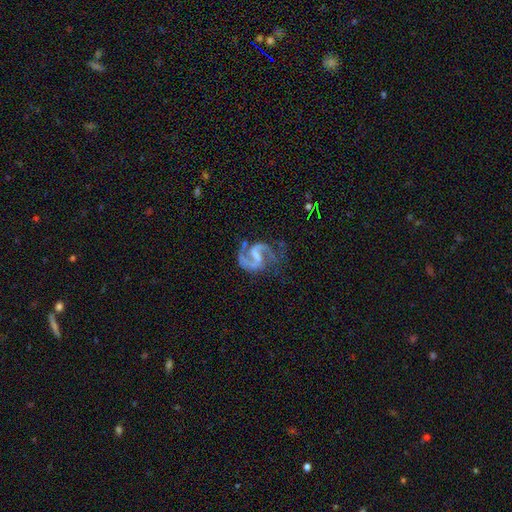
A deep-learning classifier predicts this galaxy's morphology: A featured or disk galaxy (92%) with a weak bar (48%), 2 (93%) medium (60%) spiral arms (98%) and no central bulge (55%).

Vote fractions:
- Smooth or featured? featured or disk: 92% / star or artifact: 4% / smooth: 3%
- Edge-on disk? no: 99% / yes: 1%
- Bar? weak: 48% / strong: 34% / no: 18%
- Spiral arms? yes: 98% / no: 2%
- Spiral winding? medium: 60% / loose: 26% / tight: 14%
- Spiral arm count? 2: 93% / 1: 2% / can't tell: 2% / 3: 1% / 4: 1% / more than 4: 1%
- Bulge size? none: 55% / small: 25% / moderate: 16% / large: 3% / dominant: 1%
- Merging? none: 63% / minor disturbance: 20% / major disturbance: 15% / merger: 3%